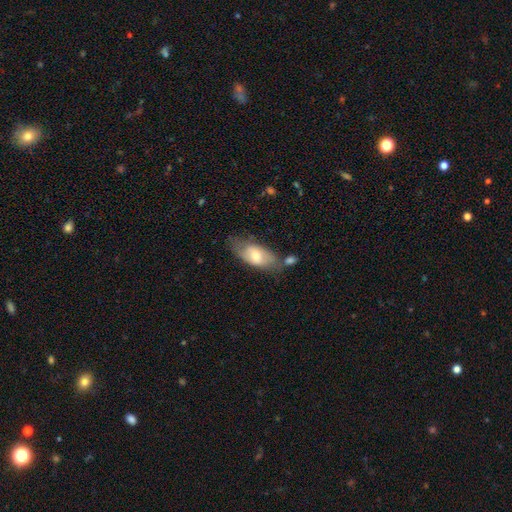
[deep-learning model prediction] Morphology: type=smooth (64%); roundness=in between (86%); merging=none (53%).